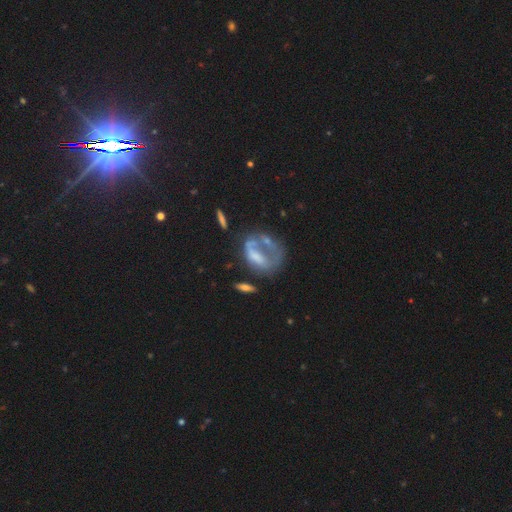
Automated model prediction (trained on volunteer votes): Overall: featured or disk (56%; smooth 30%). Edge-on disk: no (94%). Bar: no (73%). Spiral arms: no (74%). Bulge size: none (50%; small 21%). Merging: major disturbance (38%; none 32%).